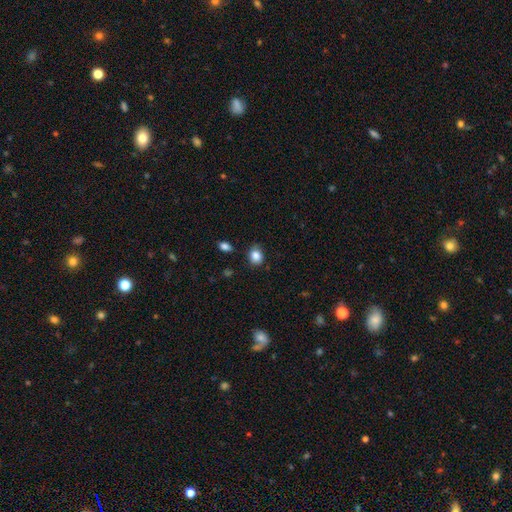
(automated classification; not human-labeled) The model was most divided on "how rounded": round: 55%, in between: 44%, cigar-shaped: 1%. More confident: smooth or featured — smooth (85%); merging — none (77%).